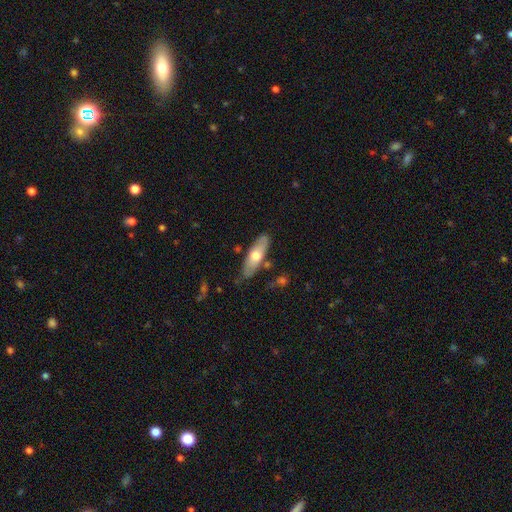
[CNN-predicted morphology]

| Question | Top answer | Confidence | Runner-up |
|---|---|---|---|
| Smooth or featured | smooth | 57% | featured or disk (38%) |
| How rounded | in between | 57% | cigar-shaped (40%) |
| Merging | none | 78% | minor disturbance (15%) |